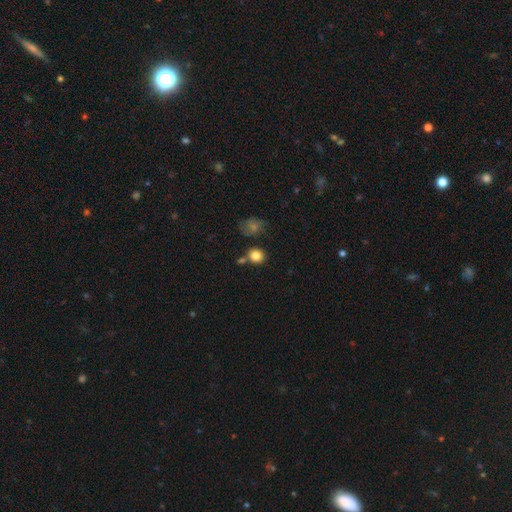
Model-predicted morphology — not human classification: smooth_or_featured: smooth (p=0.83) [alt: star or artifact p=0.10]
how_rounded: round (p=0.82) [alt: in between p=0.17]
merging: none (p=0.69) [alt: merger p=0.15]